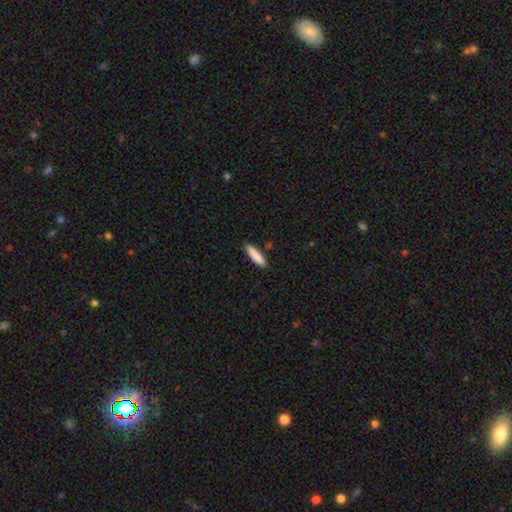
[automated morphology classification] type=smooth (87%); roundness=cigar-shaped (74%); merging=none (88%).